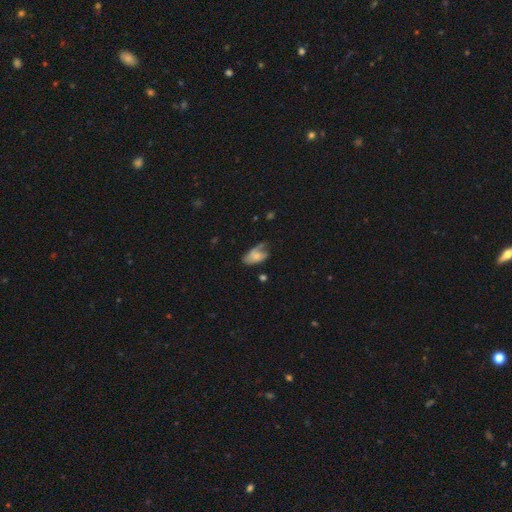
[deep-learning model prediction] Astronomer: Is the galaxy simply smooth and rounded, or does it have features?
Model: smooth — 54% (runner-up: featured or disk, 38%).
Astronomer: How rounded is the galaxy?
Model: in between — 91%.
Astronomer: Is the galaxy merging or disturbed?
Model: none — 37% (runner-up: minor disturbance, 35%).